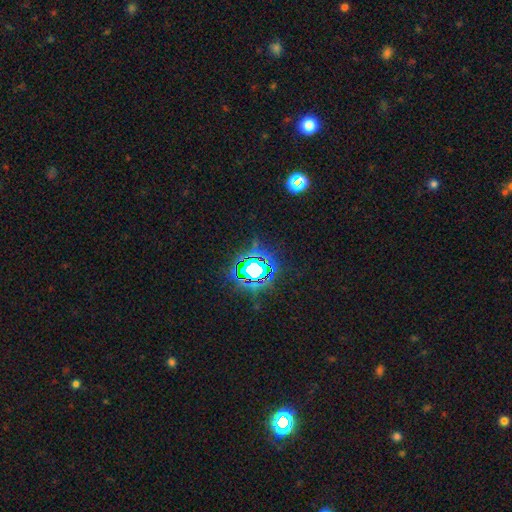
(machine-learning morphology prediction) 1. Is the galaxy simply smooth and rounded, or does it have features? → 81% star or artifact, 12% smooth, 7% featured or disk.